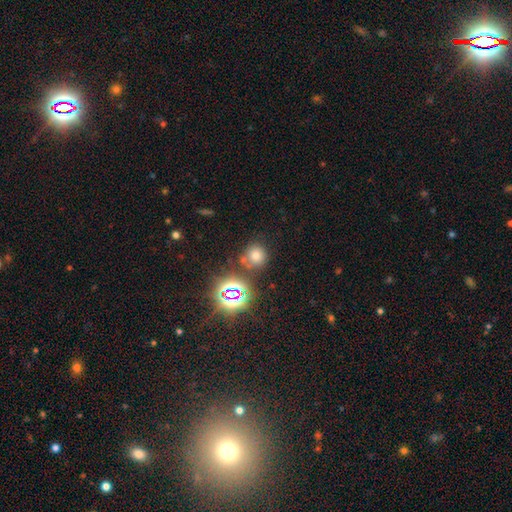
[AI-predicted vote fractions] The model was most divided on "smooth or featured": smooth: 63%, star or artifact: 28%, featured or disk: 9%. More confident: how rounded — round (88%); merging — none (72%).